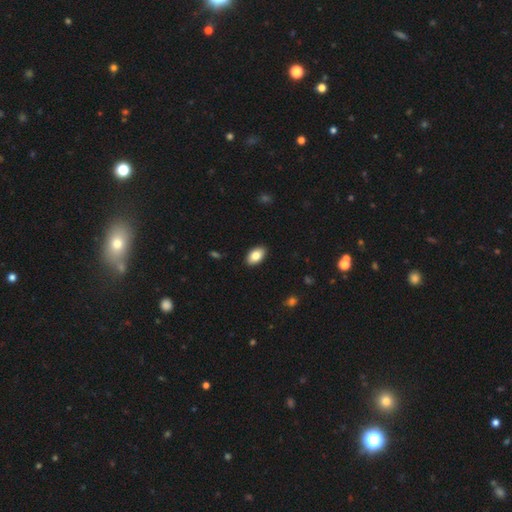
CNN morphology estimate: smooth_or_featured: smooth (p=0.82) [alt: featured or disk p=0.11]
how_rounded: in between (p=0.93) [alt: round p=0.05]
merging: none (p=0.90) [alt: minor disturbance p=0.07]